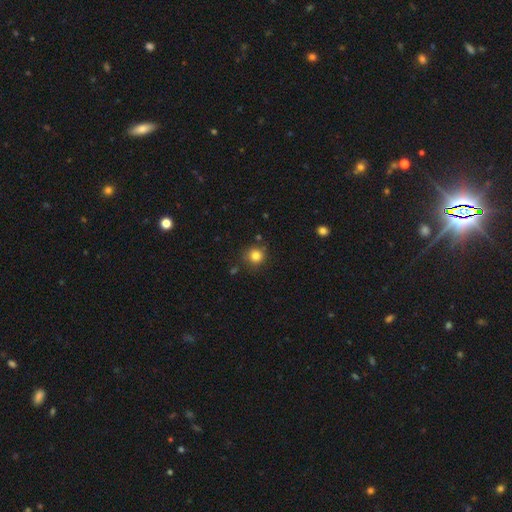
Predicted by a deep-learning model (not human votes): Q: Smooth or featured?
A: smooth (82%); runner-up: star or artifact (12%)
Q: How rounded?
A: round (92%); runner-up: in between (7%)
Q: Merging?
A: none (83%); runner-up: minor disturbance (11%)